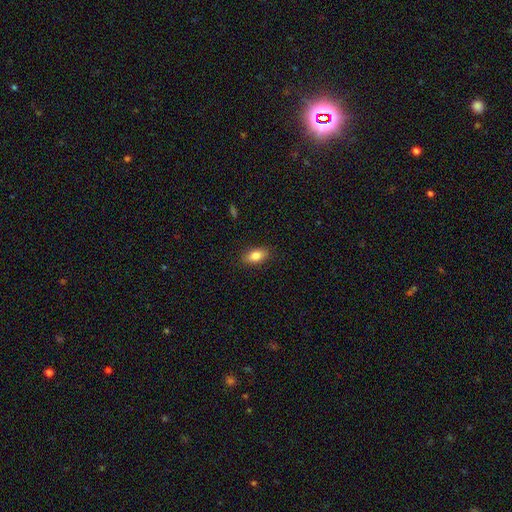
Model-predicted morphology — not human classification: A smooth galaxy with no disk features (83%) that is in between round and cigar-shaped (88%). Merging: none (87%).